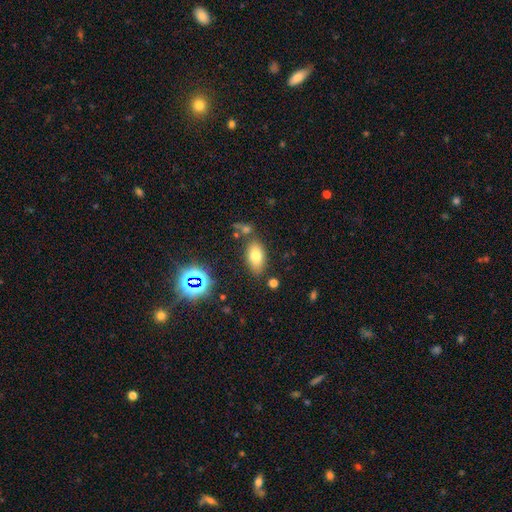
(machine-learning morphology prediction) A smooth galaxy with no disk features (74%) that is in between round and cigar-shaped (90%).

Vote fractions:
- Smooth or featured? smooth: 74% / featured or disk: 13% / star or artifact: 13%
- How rounded? in between: 90% / round: 6% / cigar-shaped: 4%
- Merging? none: 76% / minor disturbance: 13% / merger: 7% / major disturbance: 4%